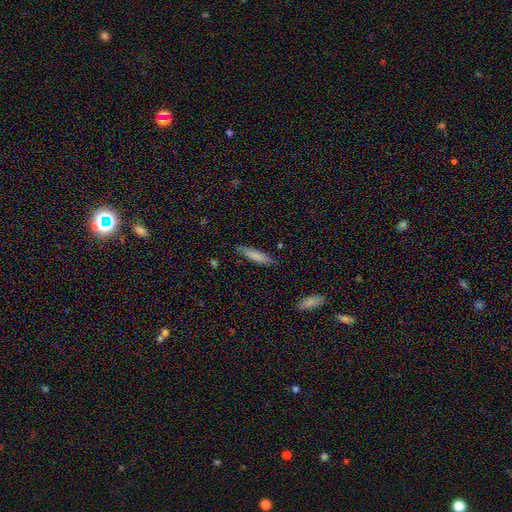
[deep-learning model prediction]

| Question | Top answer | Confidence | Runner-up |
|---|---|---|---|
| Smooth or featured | smooth | 78% | featured or disk (16%) |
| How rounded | cigar-shaped | 82% | in between (17%) |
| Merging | none | 82% | minor disturbance (14%) |